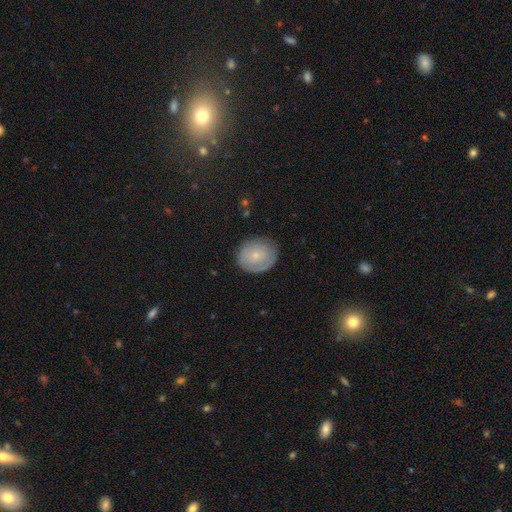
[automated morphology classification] A smooth galaxy with no disk features (60%) that is round (70%).

Vote fractions:
- Smooth or featured? smooth: 60% / featured or disk: 32% / star or artifact: 8%
- How rounded? round: 70% / in between: 29% / cigar-shaped: 1%
- Merging? none: 76% / minor disturbance: 17% / major disturbance: 5% / merger: 1%